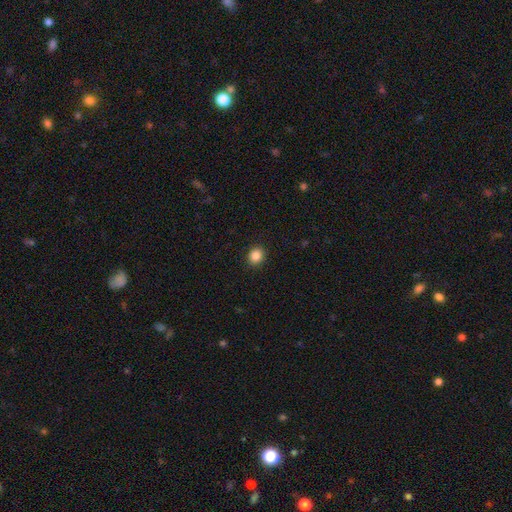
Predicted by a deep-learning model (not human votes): Morphology: type=smooth (86%); roundness=round (73%); merging=none (92%).